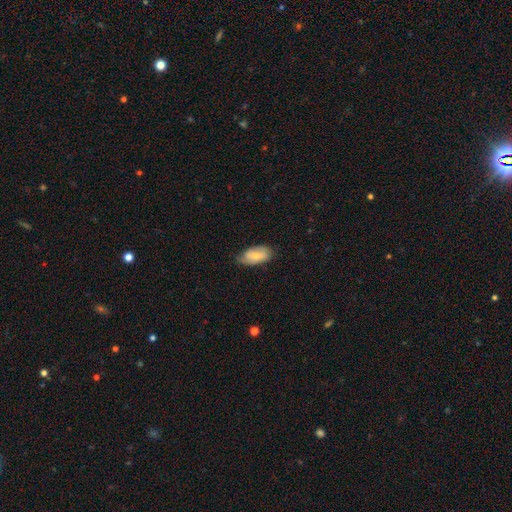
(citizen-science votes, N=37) smooth 57%, featured or disk 41%, star or artifact 3%. Down the decision tree: how rounded — in between (95%); merging — none (72%).